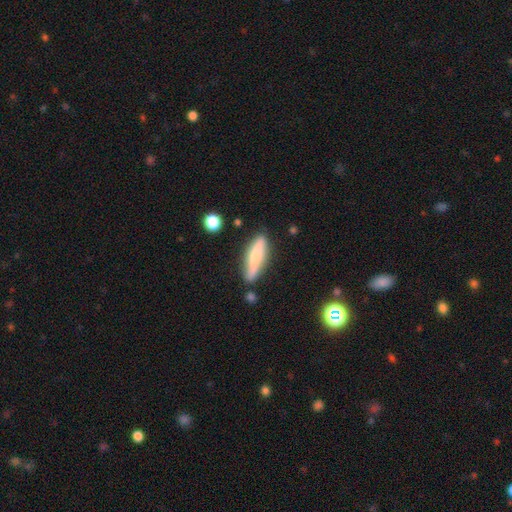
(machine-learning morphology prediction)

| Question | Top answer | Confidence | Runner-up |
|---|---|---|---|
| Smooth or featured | smooth | 59% | featured or disk (34%) |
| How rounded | cigar-shaped | 73% | in between (25%) |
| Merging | none | 76% | minor disturbance (17%) |